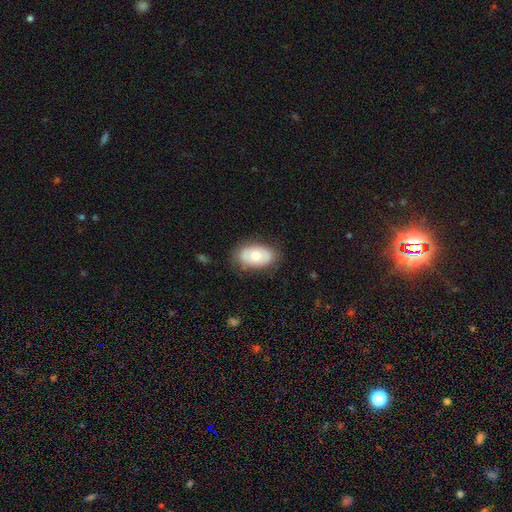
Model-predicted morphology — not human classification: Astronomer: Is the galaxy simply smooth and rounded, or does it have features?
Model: smooth — 62%.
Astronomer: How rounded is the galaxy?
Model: in between — 90%.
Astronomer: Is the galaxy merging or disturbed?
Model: none — 81%.